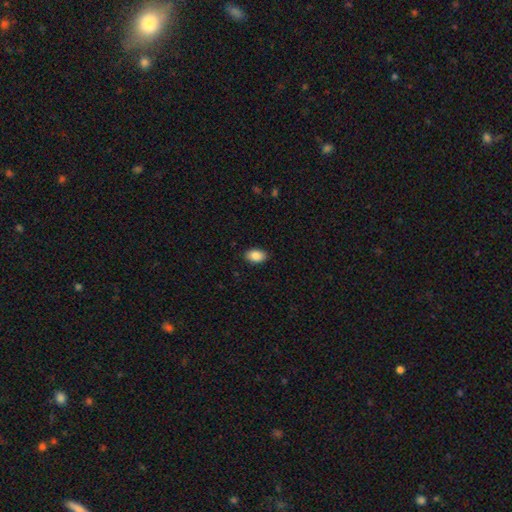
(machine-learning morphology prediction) This is clearly a smooth galaxy (88%). How rounded: clearly in between (91%). Merging: clearly none (89%).